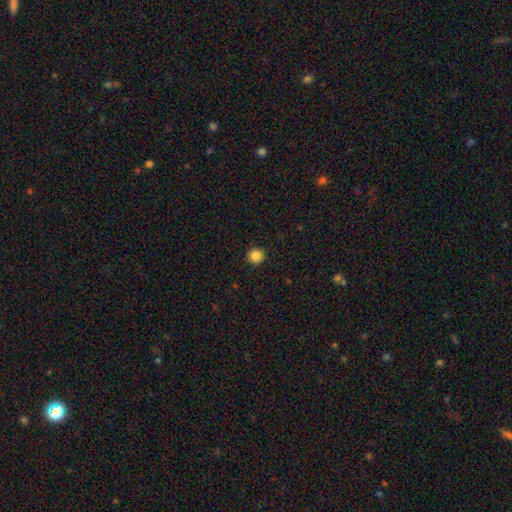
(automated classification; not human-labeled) smooth-or-featured: smooth: 85% | star or artifact: 11% | featured or disk: 4%
  how-rounded: round: 92% | in between: 7% | cigar-shaped: 1%
  merging: none: 92% | minor disturbance: 5% | major disturbance: 2% | merger: 1%